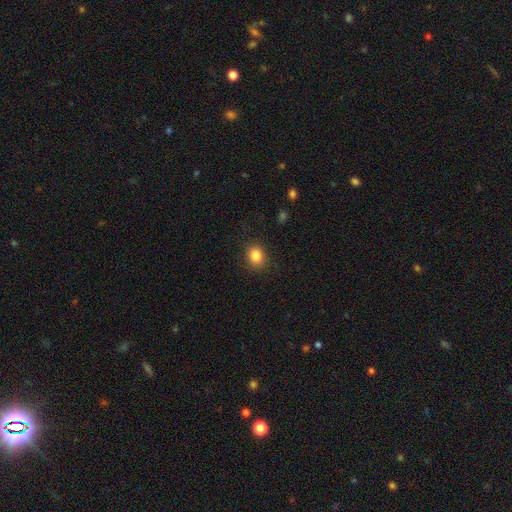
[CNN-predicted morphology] type=smooth (85%); roundness=round (64%); merging=none (87%).